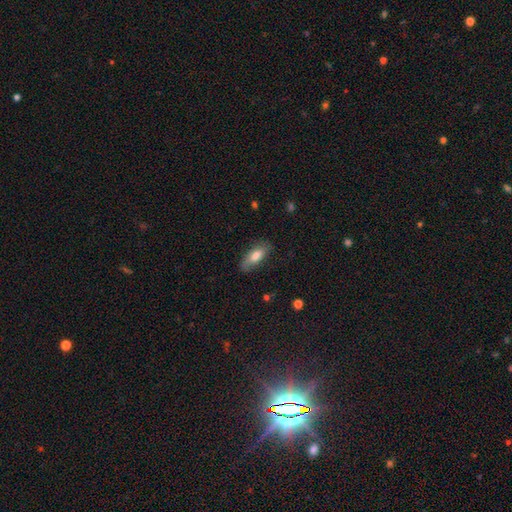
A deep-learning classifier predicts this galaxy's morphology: Smooth or featured? Predicted: smooth (p=0.73). How rounded? Predicted: in between (p=0.74). Merging? Predicted: none (p=0.76).